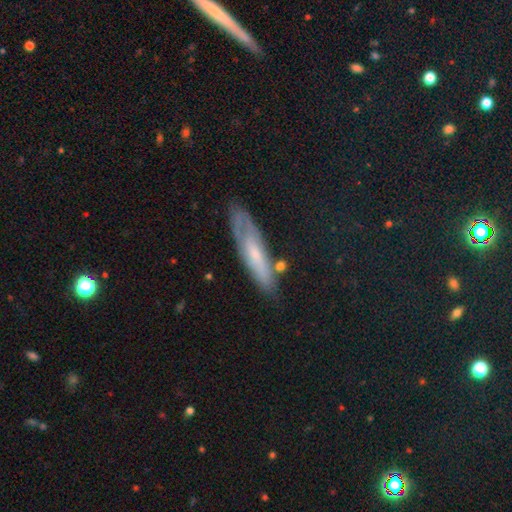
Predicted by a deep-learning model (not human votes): Smooth or featured? featured or disk (49%)
Merging? none (62%)